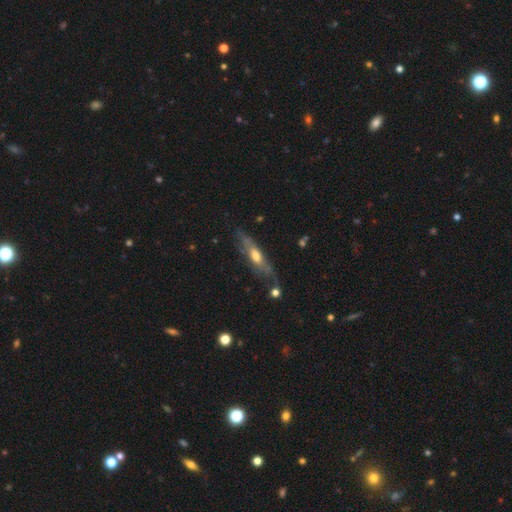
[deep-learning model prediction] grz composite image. It shows a featured or disk galaxy (61%) viewed edge-on (55%). Merging: none (61%).